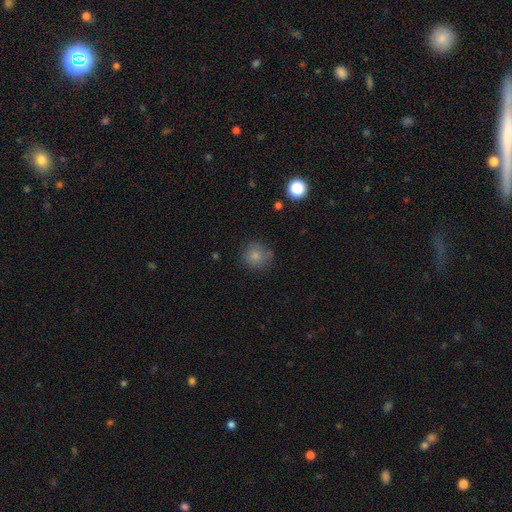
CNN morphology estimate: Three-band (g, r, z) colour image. It shows a smooth galaxy with no disk features (81%) that is round (92%). Merging: none (77%).